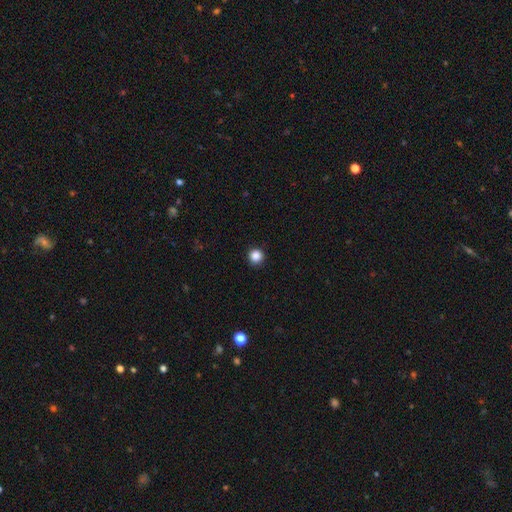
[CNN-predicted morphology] This is clearly a smooth galaxy (86%). How rounded: clearly round (95%). Merging: clearly none (93%).